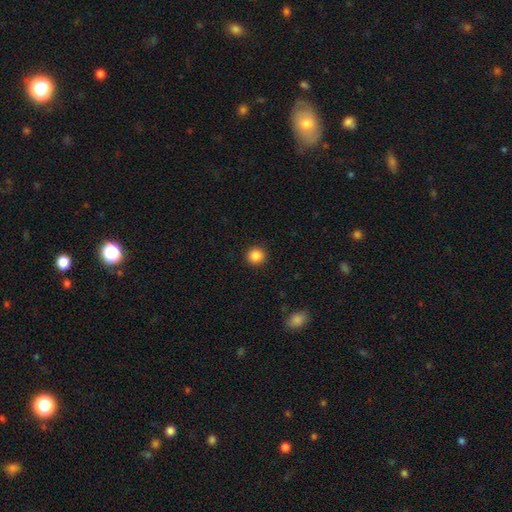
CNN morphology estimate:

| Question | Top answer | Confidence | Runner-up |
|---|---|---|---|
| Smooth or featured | smooth | 87% | star or artifact (10%) |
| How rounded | round | 94% | in between (5%) |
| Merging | none | 93% | minor disturbance (5%) |